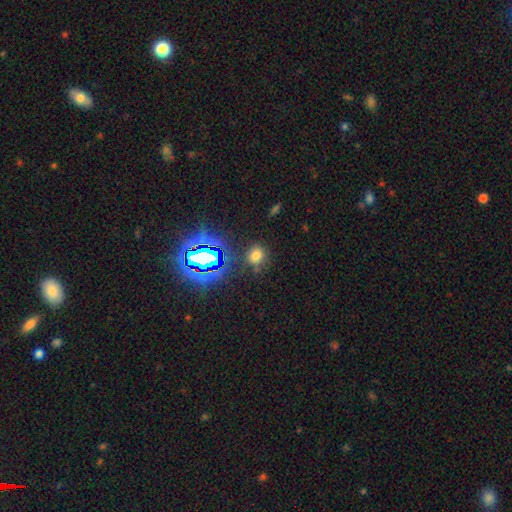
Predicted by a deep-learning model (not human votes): This appears to be a smooth galaxy with no disk features (64%) that is round (64%). Merging: none (81%).